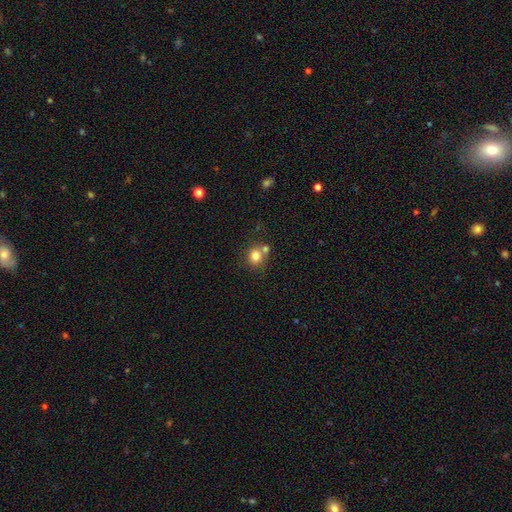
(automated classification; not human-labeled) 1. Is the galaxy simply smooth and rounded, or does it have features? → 80% smooth, 11% star or artifact, 8% featured or disk.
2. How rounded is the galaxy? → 77% round, 22% in between, 1% cigar-shaped.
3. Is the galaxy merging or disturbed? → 59% none, 27% merger, 11% minor disturbance, 4% major disturbance.